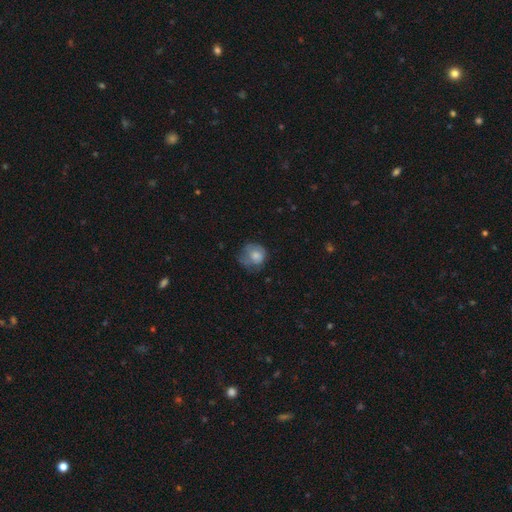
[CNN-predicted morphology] The model was most divided on "merging": none: 44%, minor disturbance: 31%, major disturbance: 23%, merger: 2%. More confident: how rounded — round (77%); smooth or featured — smooth (72%).